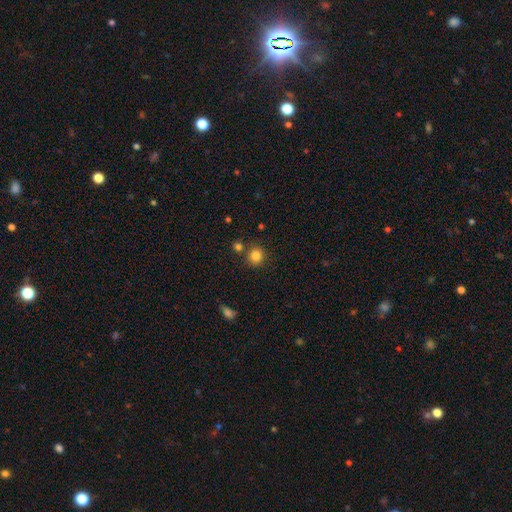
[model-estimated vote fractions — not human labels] Smooth or featured?
  - smooth: 83% *
  - star or artifact: 12%
  - featured or disk: 5%
How rounded?
  - round: 87% *
  - in between: 12%
  - cigar-shaped: 1%
Merging?
  - none: 76% *
  - merger: 11%
  - minor disturbance: 9%
  - major disturbance: 3%